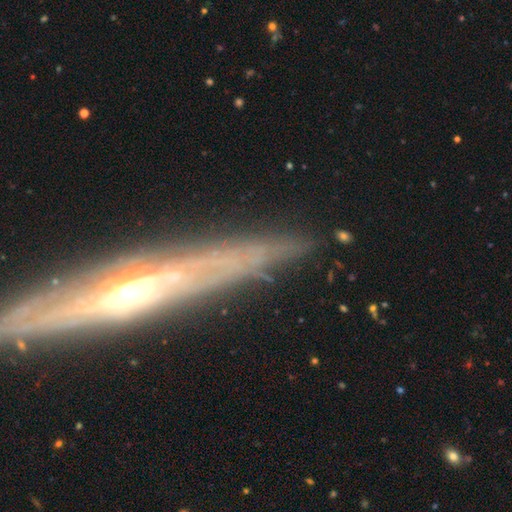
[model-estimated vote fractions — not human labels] This is likely a featured or disk galaxy (66%). It is likely viewed edge-on (76%). Edge-on bulge: possibly rounded (58%). Merging: likely none (80%).